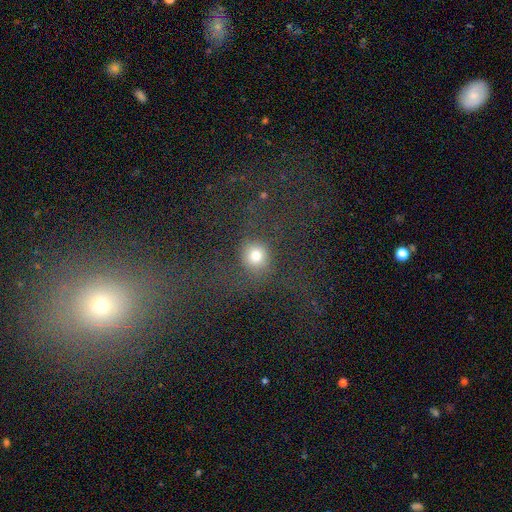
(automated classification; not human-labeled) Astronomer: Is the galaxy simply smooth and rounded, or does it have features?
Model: smooth — 72%.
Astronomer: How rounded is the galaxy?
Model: round — 79%.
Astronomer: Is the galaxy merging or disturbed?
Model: none — 64%.